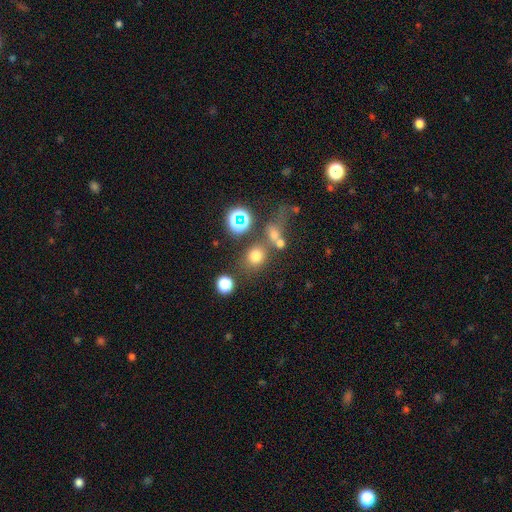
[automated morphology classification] type=smooth (70%); roundness=round (74%); merging=none (64%).